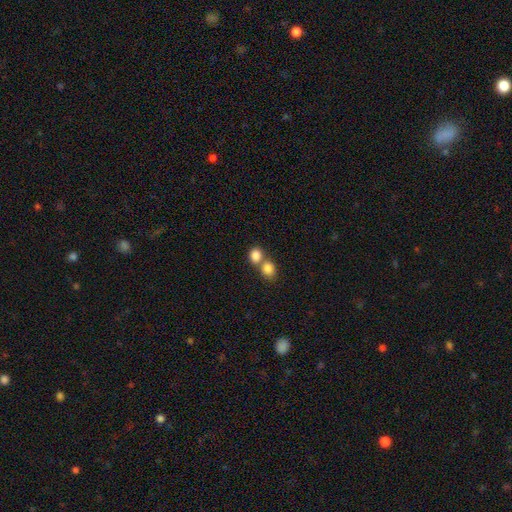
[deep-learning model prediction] smooth 84%, star or artifact 9%, featured or disk 7%. Down the decision tree: how rounded — round (62%); merging — merger (55%).